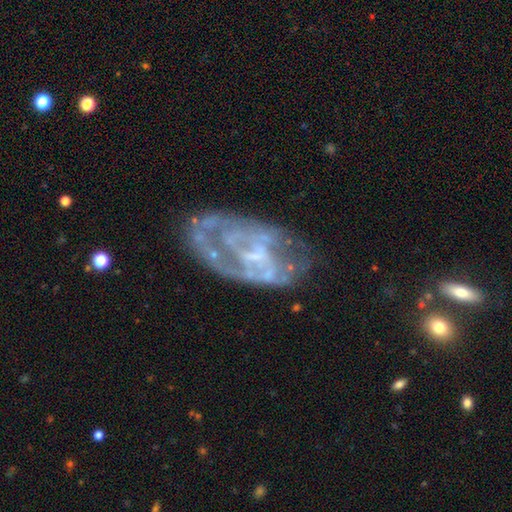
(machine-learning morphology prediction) featured or disk 77%, smooth 15%, star or artifact 8%. Down the decision tree: edge-on disk — no (96%); bar — no (65%); spiral arms — yes (51%); bulge size — none (42%); merging — none (49%).